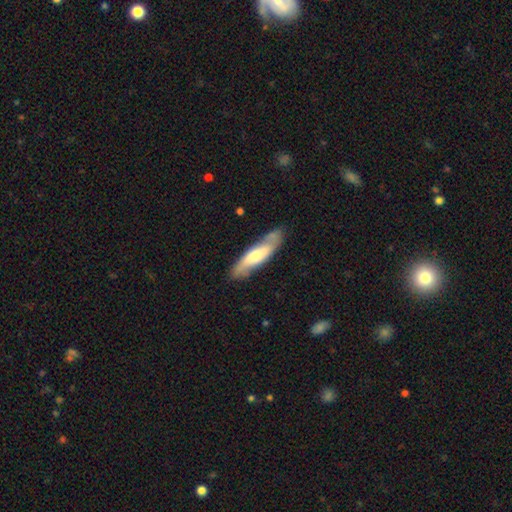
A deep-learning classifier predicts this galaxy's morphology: smooth 55%, featured or disk 39%, star or artifact 5%. Down the decision tree: how rounded — cigar-shaped (66%); merging — none (74%).